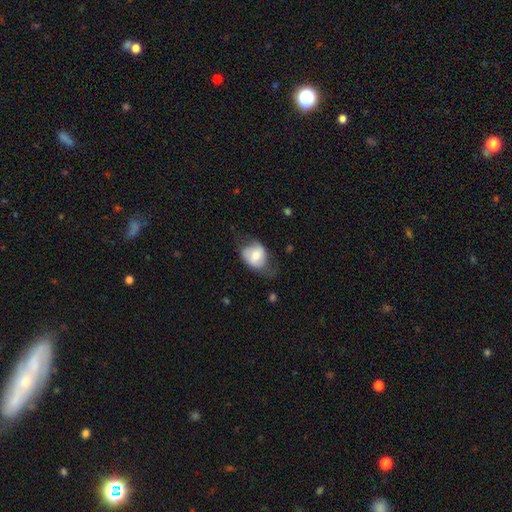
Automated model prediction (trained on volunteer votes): smooth-or-featured: smooth: 60% | featured or disk: 33% | star or artifact: 7%
  how-rounded: in between: 58% | round: 41% | cigar-shaped: 1%
  merging: none: 43% | minor disturbance: 33% | major disturbance: 22% | merger: 2%